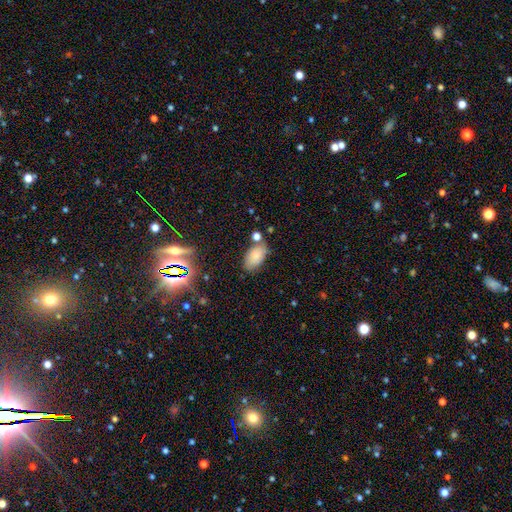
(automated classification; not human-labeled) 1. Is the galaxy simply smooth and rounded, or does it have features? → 80% smooth, 11% star or artifact, 9% featured or disk.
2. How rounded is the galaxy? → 92% in between, 6% round, 2% cigar-shaped.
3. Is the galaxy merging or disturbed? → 68% none, 17% minor disturbance, 10% merger, 5% major disturbance.